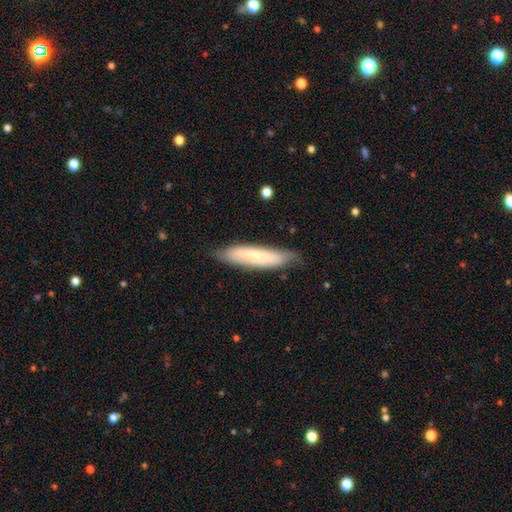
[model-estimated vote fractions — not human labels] Smooth or featured?
  - smooth: 60% *
  - featured or disk: 33%
  - star or artifact: 7%
How rounded?
  - cigar-shaped: 78% *
  - in between: 21%
  - round: 1%
Merging?
  - none: 77% *
  - minor disturbance: 18%
  - major disturbance: 3%
  - merger: 2%